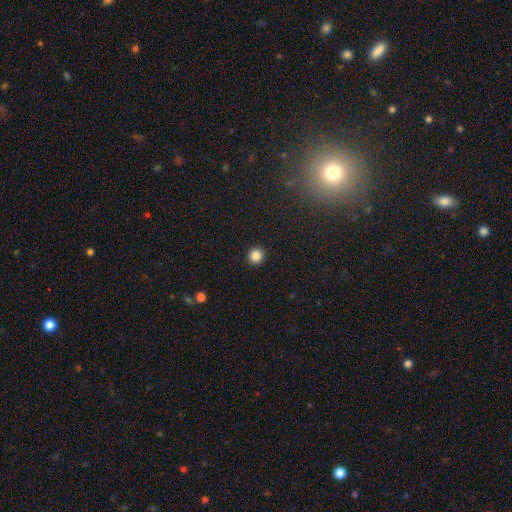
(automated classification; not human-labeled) Morphology: type=smooth (86%); roundness=round (94%); merging=none (93%).